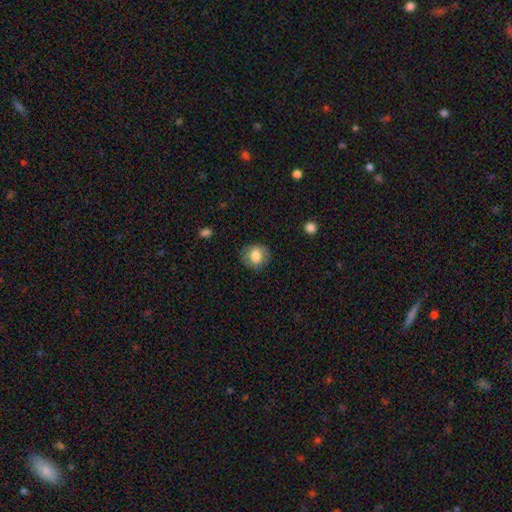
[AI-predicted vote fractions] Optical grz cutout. It shows a smooth galaxy with no disk features (78%) that is round (75%). Merging: none (80%).